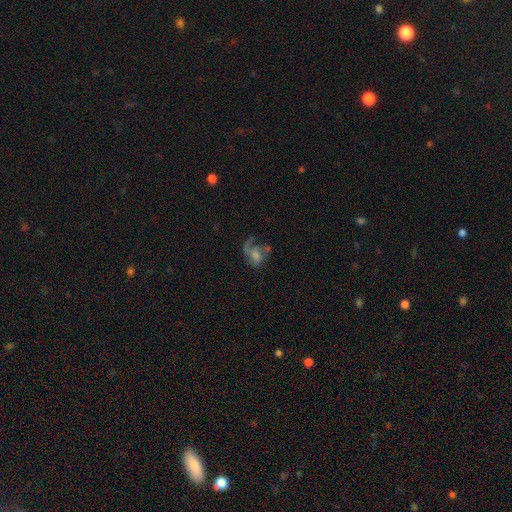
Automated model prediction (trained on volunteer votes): A featured or disk galaxy (56%) with no bar (70%), spiral arms (72%) and a moderate central bulge (32%).

Vote fractions:
- Smooth or featured? featured or disk: 56% / smooth: 32% / star or artifact: 13%
- Edge-on disk? no: 97% / yes: 3%
- Bar? no: 70% / weak: 26% / strong: 5%
- Spiral arms? yes: 72% / no: 28%
- Bulge size? moderate: 32% / small: 25% / none: 25% / large: 14% / dominant: 3%
- Merging? major disturbance: 41% / none: 32% / minor disturbance: 17% / merger: 10%